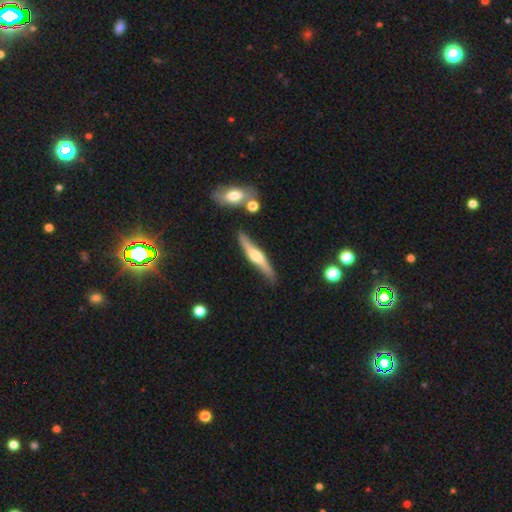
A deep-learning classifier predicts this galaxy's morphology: Smooth or featured? Predicted: featured or disk (p=0.73). Edge-on disk? Predicted: yes (p=0.93). Edge-on bulge? Predicted: rounded (p=0.89). Merging? Predicted: none (p=0.81).